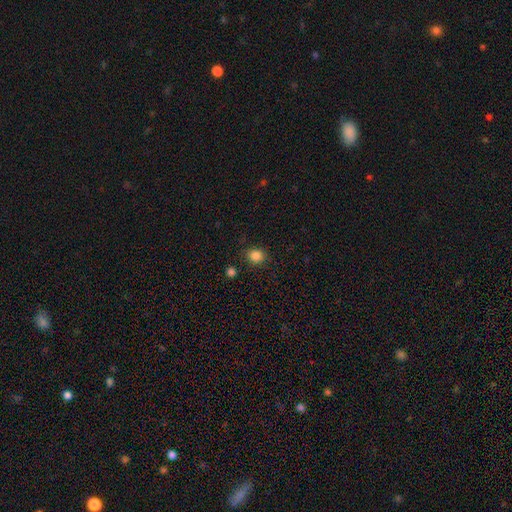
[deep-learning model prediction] smooth_or_featured: smooth (p=0.85) [alt: star or artifact p=0.12]
how_rounded: round (p=0.77) [alt: in between p=0.22]
merging: none (p=0.84) [alt: minor disturbance p=0.10]